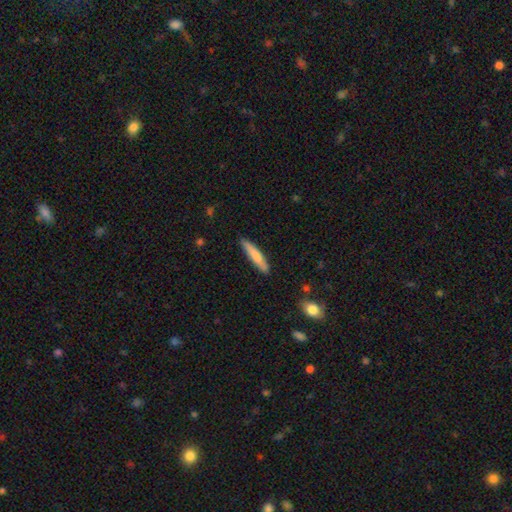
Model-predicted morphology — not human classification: A smooth galaxy with no disk features (76%) that is cigar-shaped (90%). Merging: none (87%).